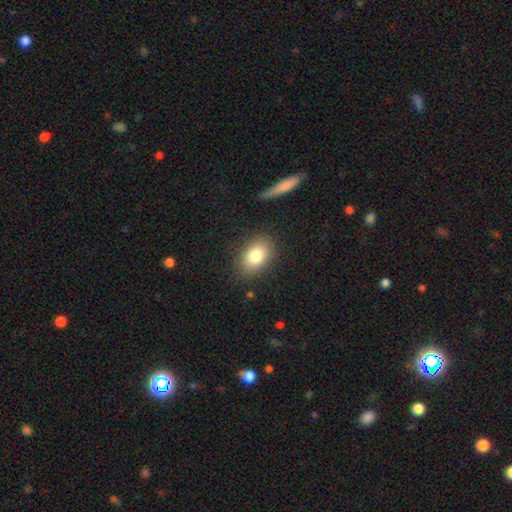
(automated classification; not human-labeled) Smooth or featured? smooth (81%)
How rounded? in between (81%)
Merging? none (84%)